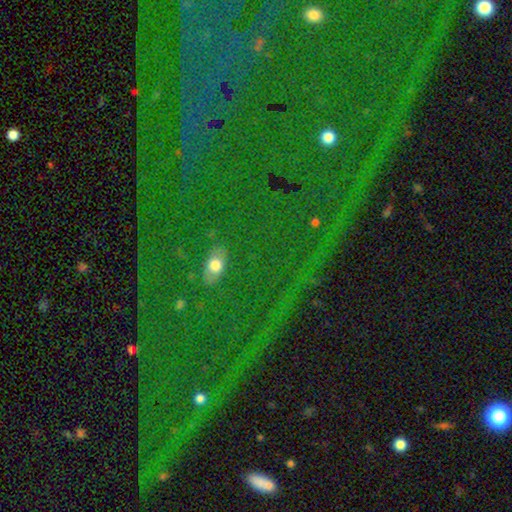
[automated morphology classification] smooth-or-featured: star or artifact: 69% | featured or disk: 17% | smooth: 15%